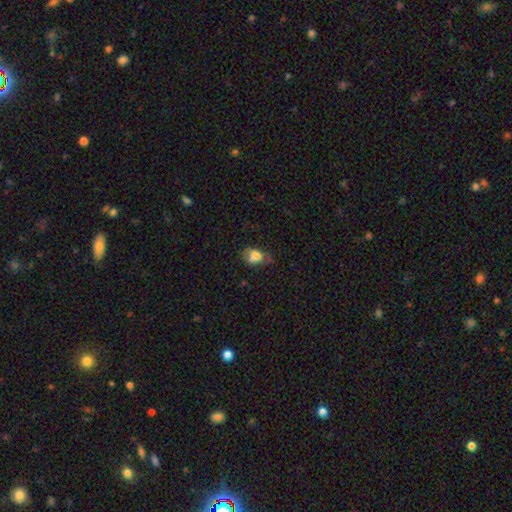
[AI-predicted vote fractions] Q: Smooth or featured?
A: smooth (66%); runner-up: featured or disk (23%)
Q: How rounded?
A: in between (80%); runner-up: round (17%)
Q: Merging?
A: none (36%); runner-up: minor disturbance (31%)